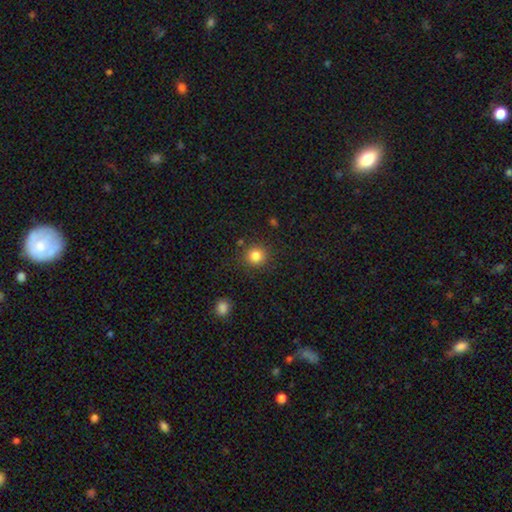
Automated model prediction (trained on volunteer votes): Overall: smooth (84%). How rounded: round (92%). Merging: none (87%).